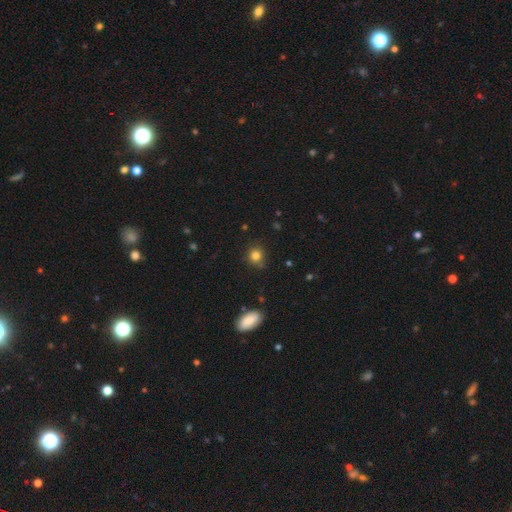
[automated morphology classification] A smooth galaxy with no disk features (82%) that is round (85%). Merging: none (79%).